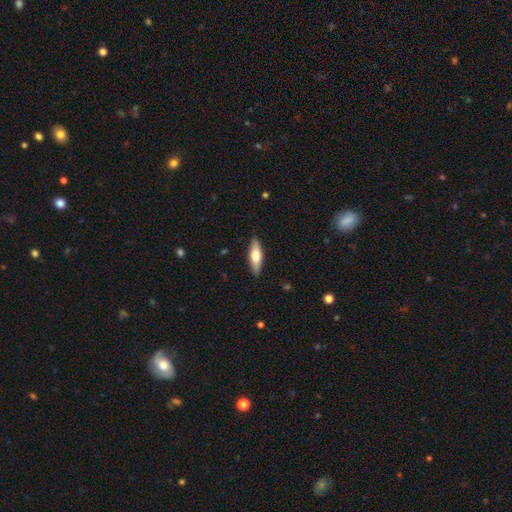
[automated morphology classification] Overall: smooth (60%; featured or disk 35%). How rounded: cigar-shaped (49%, tied with in between). Merging: none (89%).